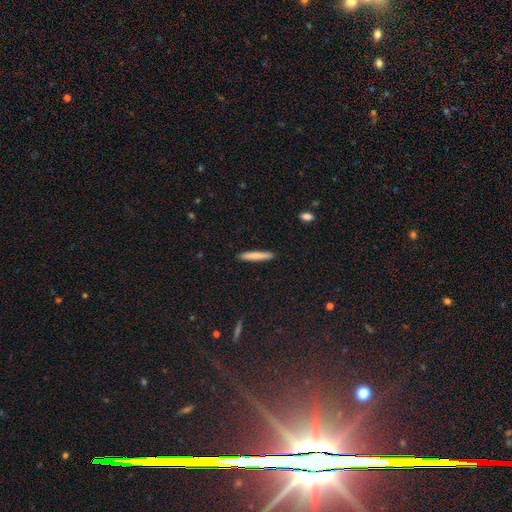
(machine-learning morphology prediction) A smooth galaxy with no disk features (79%) that is cigar-shaped (95%).

Vote fractions:
- Smooth or featured? smooth: 79% / featured or disk: 15% / star or artifact: 6%
- How rounded? cigar-shaped: 95% / in between: 4% / round: 1%
- Merging? none: 91% / minor disturbance: 6% / major disturbance: 1% / merger: 1%